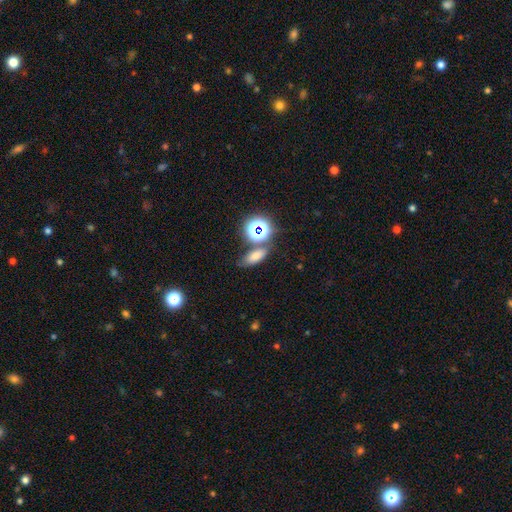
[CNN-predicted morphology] Smooth or featured?
  - smooth: 67% *
  - star or artifact: 23%
  - featured or disk: 10%
How rounded?
  - in between: 68% *
  - round: 19%
  - cigar-shaped: 12%
Merging?
  - none: 65% *
  - merger: 17%
  - minor disturbance: 13%
  - major disturbance: 5%